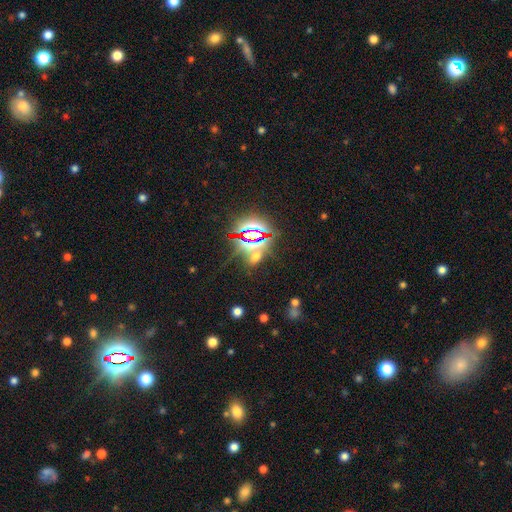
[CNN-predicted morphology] Smooth or featured? Predicted: star or artifact (p=0.64).